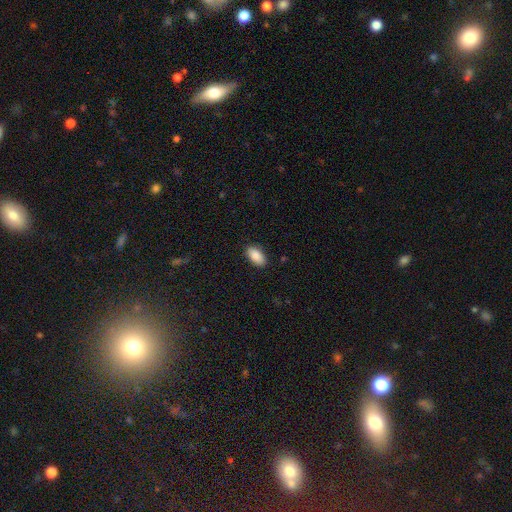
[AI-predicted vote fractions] Overall: smooth (88%). How rounded: in between (94%). Merging: none (87%).